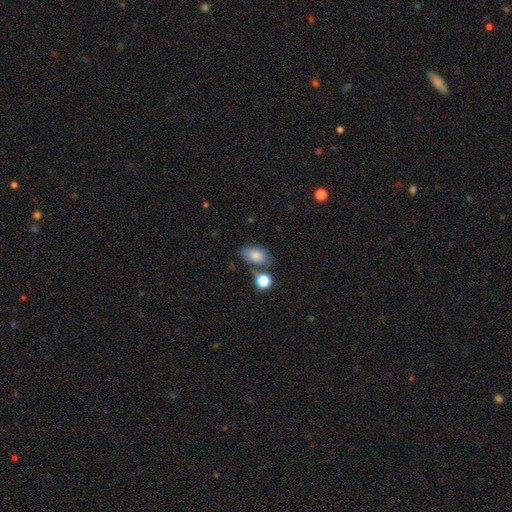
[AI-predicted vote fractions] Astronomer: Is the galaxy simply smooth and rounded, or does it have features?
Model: smooth — 79%.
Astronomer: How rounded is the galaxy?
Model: in between — 90%.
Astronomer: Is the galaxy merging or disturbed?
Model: none — 58%.